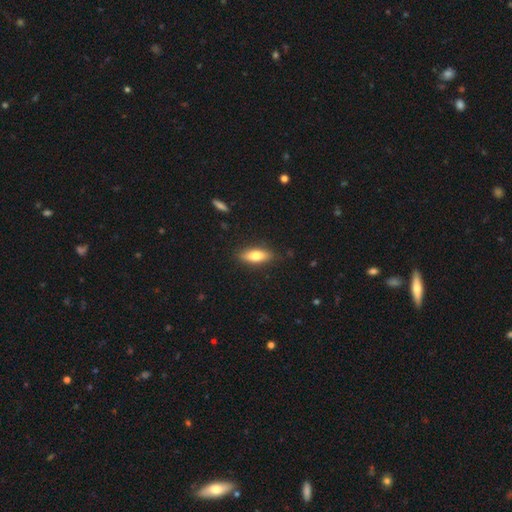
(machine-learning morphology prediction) Smooth or featured: smooth — 73% (featured or disk — 21%)
How rounded: in between — 65% (cigar-shaped — 32%)
Merging: none — 86% (minor disturbance — 11%)